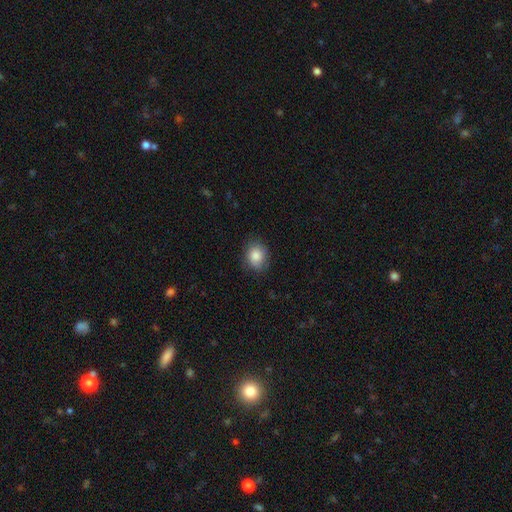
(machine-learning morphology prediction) Smooth or featured? smooth (85%)
How rounded? round (57%)
Merging? none (80%)